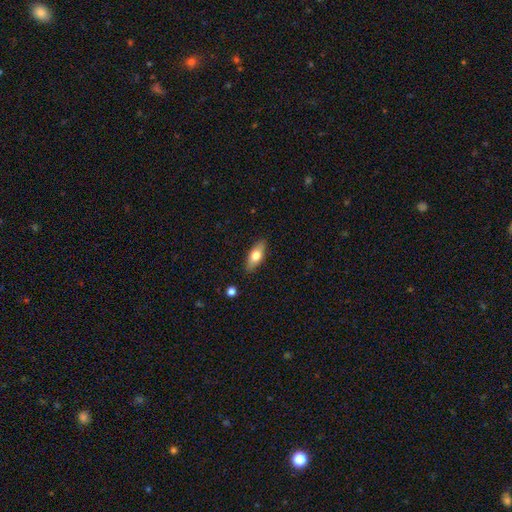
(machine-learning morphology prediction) smooth_or_featured: smooth (p=0.67) [alt: featured or disk p=0.27]
how_rounded: in between (p=0.74) [alt: cigar-shaped p=0.23]
merging: none (p=0.87) [alt: minor disturbance p=0.10]